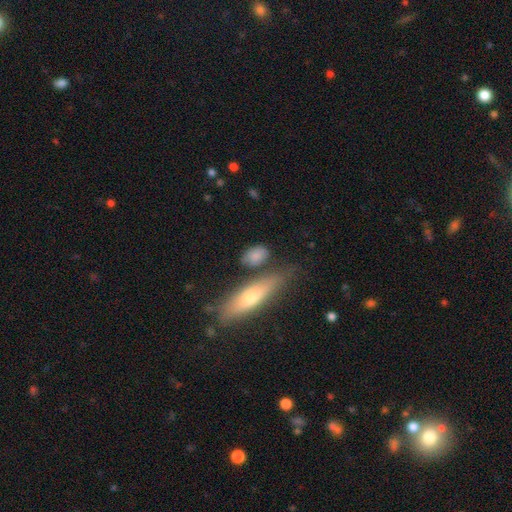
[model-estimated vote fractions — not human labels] Smooth or featured? Predicted: smooth (p=0.80). How rounded? Predicted: in between (p=0.75). Merging? Predicted: none (p=0.67).